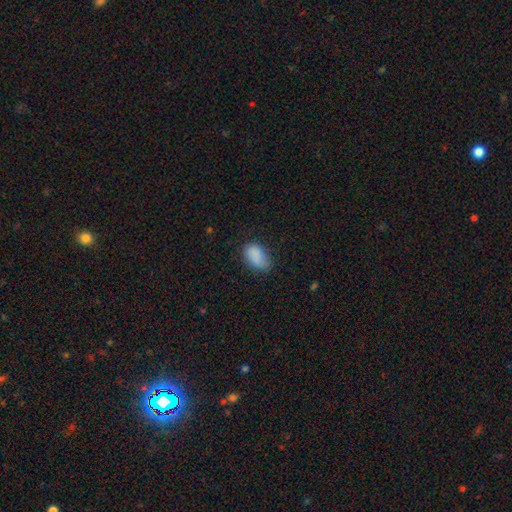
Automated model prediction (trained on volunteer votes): Q: Smooth or featured?
A: smooth (86%); runner-up: star or artifact (8%)
Q: How rounded?
A: in between (90%); runner-up: round (8%)
Q: Merging?
A: none (62%); runner-up: minor disturbance (29%)